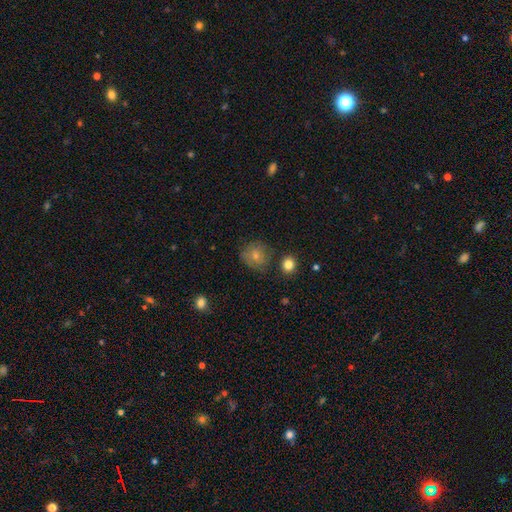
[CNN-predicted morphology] smooth_or_featured: smooth (p=0.70) [alt: featured or disk p=0.19]
how_rounded: round (p=0.84) [alt: in between p=0.15]
merging: none (p=0.68) [alt: minor disturbance p=0.21]